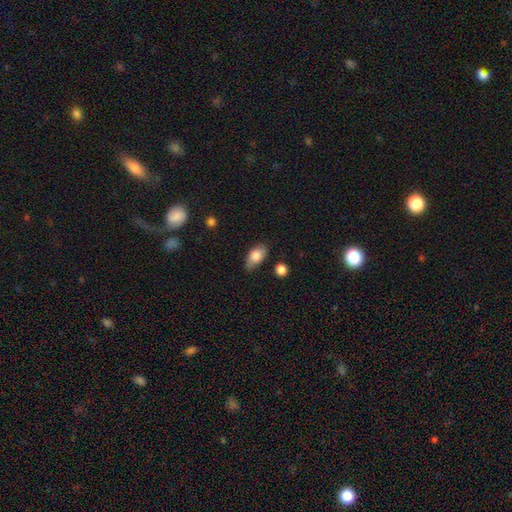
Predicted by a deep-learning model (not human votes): Overall: smooth (80%). How rounded: in between (89%). Merging: none (72%).